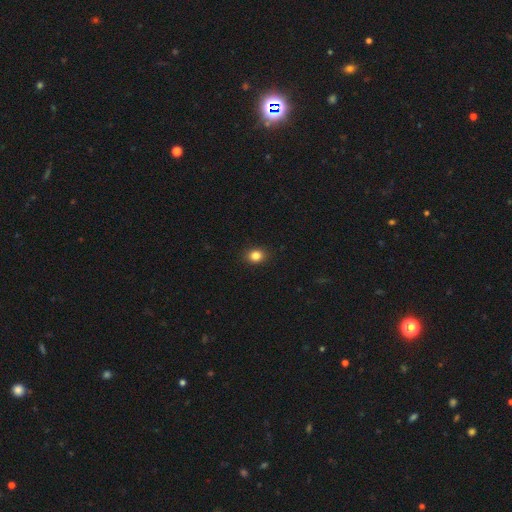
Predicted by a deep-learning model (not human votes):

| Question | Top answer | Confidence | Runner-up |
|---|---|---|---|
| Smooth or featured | smooth | 84% | star or artifact (11%) |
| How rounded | round | 64% | in between (35%) |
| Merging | none | 90% | minor disturbance (7%) |